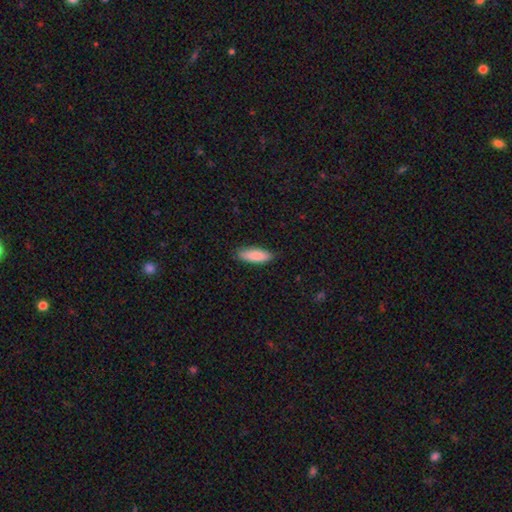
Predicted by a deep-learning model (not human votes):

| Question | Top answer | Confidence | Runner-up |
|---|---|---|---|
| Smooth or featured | smooth | 88% | featured or disk (6%) |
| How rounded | in between | 60% | cigar-shaped (38%) |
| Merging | none | 84% | minor disturbance (13%) |